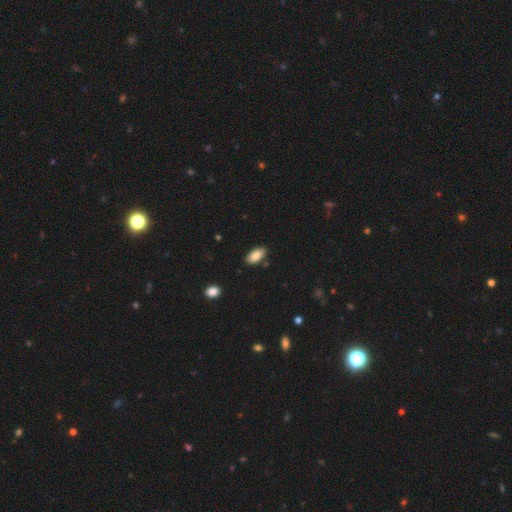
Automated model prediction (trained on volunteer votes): Smooth or featured? Predicted: smooth (p=0.87). How rounded? Predicted: in between (p=0.92). Merging? Predicted: none (p=0.84).